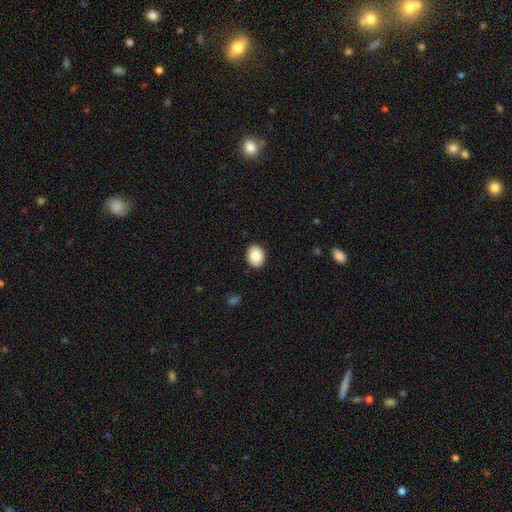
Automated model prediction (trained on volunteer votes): Morphology: type=smooth (85%); roundness=in between (54%); merging=none (91%).